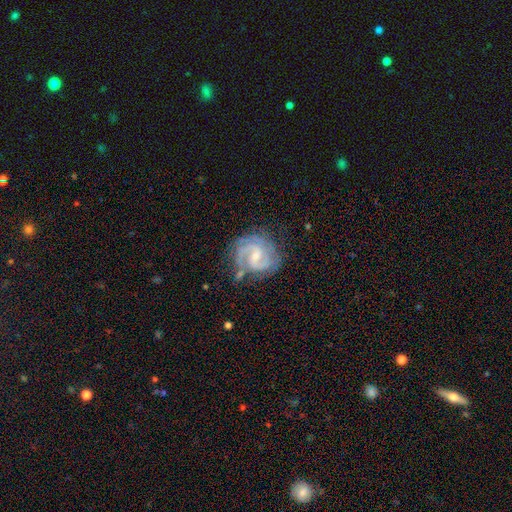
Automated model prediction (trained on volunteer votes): smooth_or_featured: featured or disk (p=0.90) [alt: smooth p=0.05]
disk_edge_on: no (p=0.98) [alt: yes p=0.02]
bar: weak (p=0.58) [alt: no p=0.27]
has_spiral_arms: yes (p=0.98) [alt: no p=0.02]
spiral_winding: tight (p=0.47) [alt: medium p=0.45]
spiral_arm_count: 2 (p=0.75) [alt: 3 p=0.11]
bulge_size: small (p=0.60) [alt: moderate p=0.33]
merging: none (p=0.69) [alt: minor disturbance p=0.20]